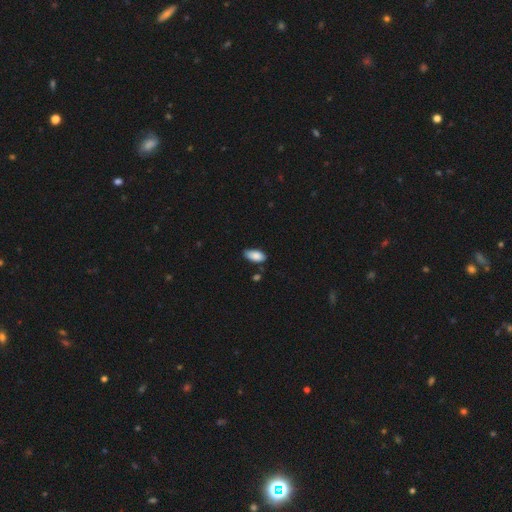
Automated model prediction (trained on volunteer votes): Morphology: type=smooth (87%); roundness=in between (93%); merging=none (76%).